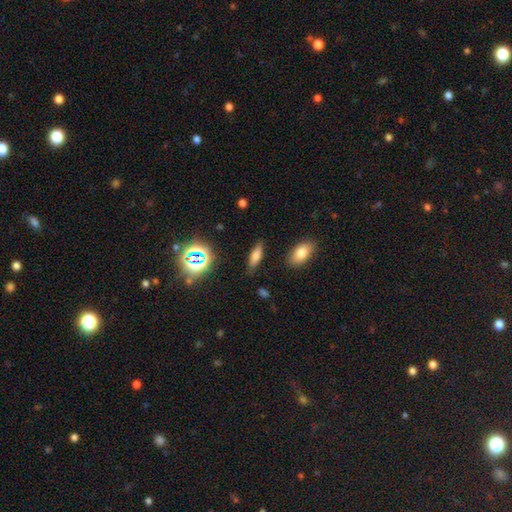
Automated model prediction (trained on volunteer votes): A smooth galaxy with no disk features (65%) that is in between round and cigar-shaped (54%).

Vote fractions:
- Smooth or featured? smooth: 65% / featured or disk: 20% / star or artifact: 15%
- How rounded? in between: 54% / cigar-shaped: 41% / round: 4%
- Merging? none: 83% / minor disturbance: 12% / major disturbance: 3% / merger: 2%